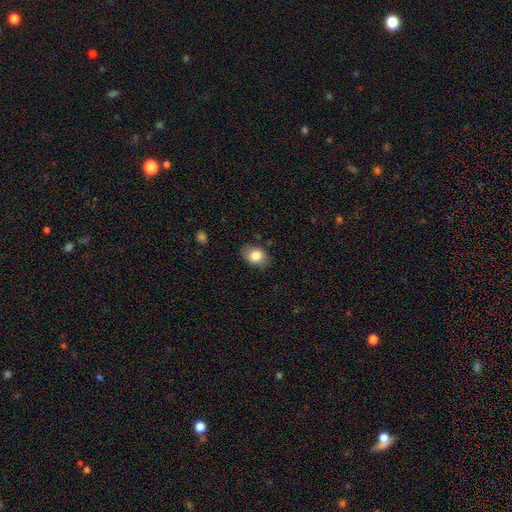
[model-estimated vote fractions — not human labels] A smooth galaxy with no disk features (81%) that is in between round and cigar-shaped (77%).

Vote fractions:
- Smooth or featured? smooth: 81% / featured or disk: 11% / star or artifact: 8%
- How rounded? in between: 77% / round: 22% / cigar-shaped: 1%
- Merging? none: 81% / minor disturbance: 15% / major disturbance: 3% / merger: 1%